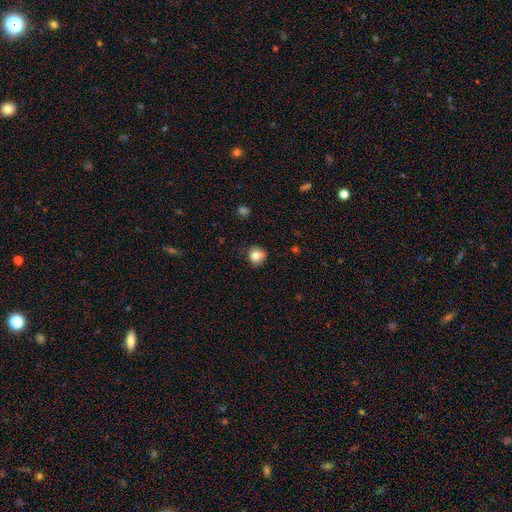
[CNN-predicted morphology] smooth 82%, star or artifact 11%, featured or disk 8%. Down the decision tree: how rounded — round (87%); merging — none (76%).